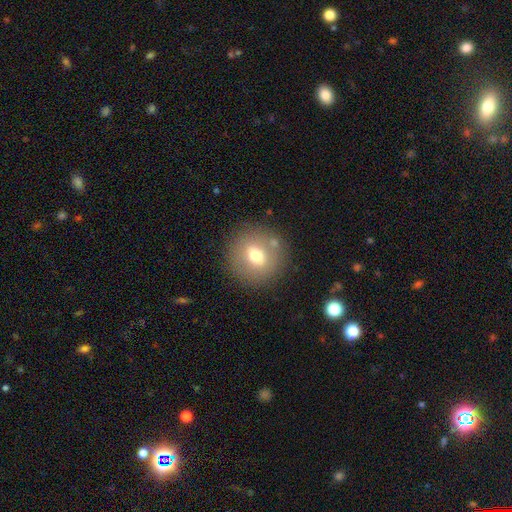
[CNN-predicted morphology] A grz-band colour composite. It shows a smooth galaxy with no disk features (65%) that is round (87%). Merging: none (83%).